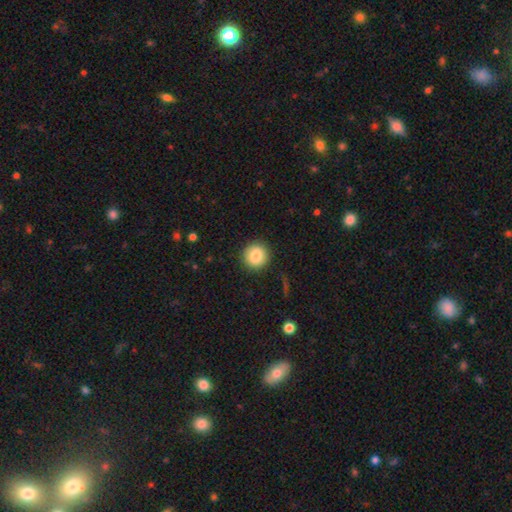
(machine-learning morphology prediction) Smooth or featured? smooth (85%)
How rounded? round (92%)
Merging? none (91%)